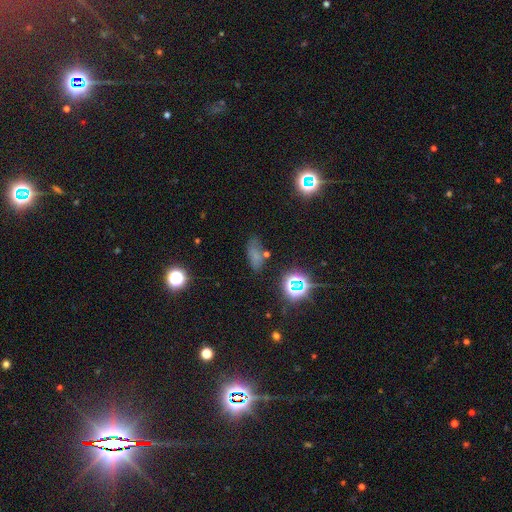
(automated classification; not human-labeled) Morphology: type=smooth (57%); roundness=in between (75%); merging=none (66%).